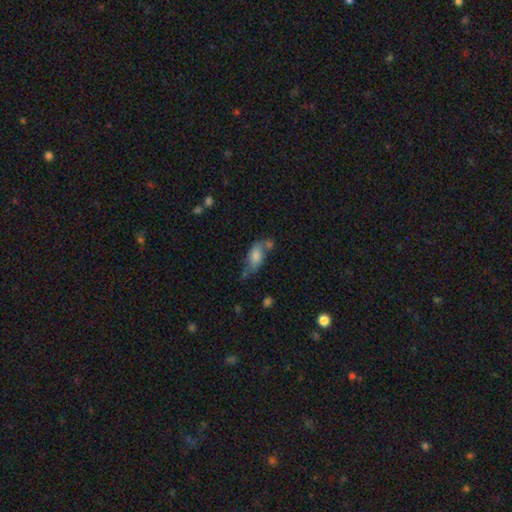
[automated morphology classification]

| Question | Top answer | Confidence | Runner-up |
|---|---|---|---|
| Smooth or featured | smooth | 69% | featured or disk (22%) |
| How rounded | in between | 85% | cigar-shaped (11%) |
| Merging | none | 46% | minor disturbance (25%) |